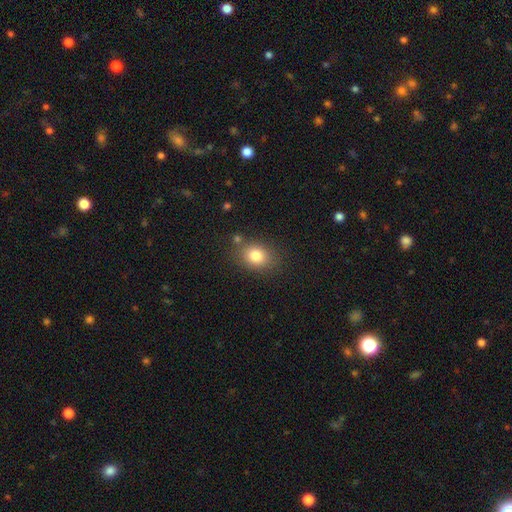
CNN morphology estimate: This is clearly a smooth galaxy (81%). How rounded: possibly in between (56%). Merging: likely none (77%).